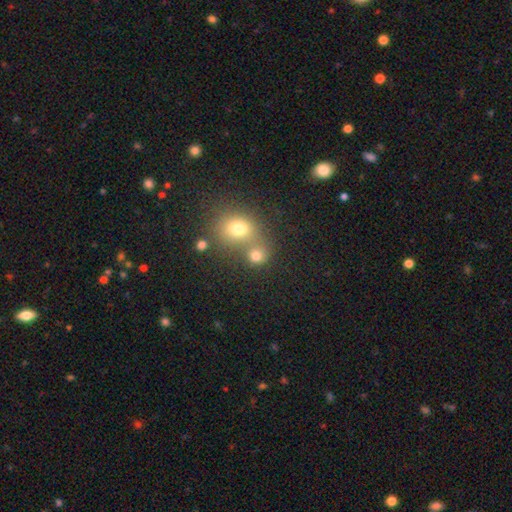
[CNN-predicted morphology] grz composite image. It shows a smooth galaxy with no disk features (76%) that is round (78%). Merging: none (45%).